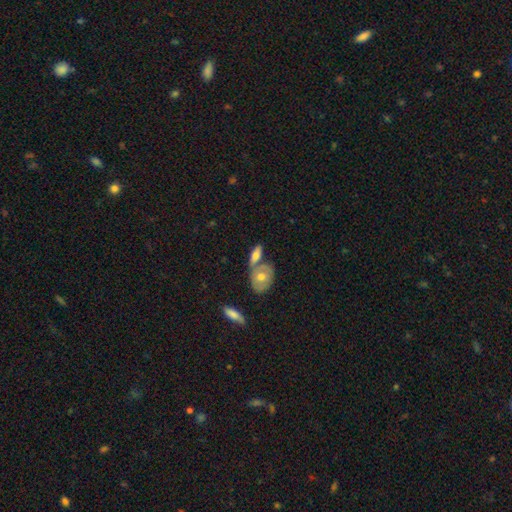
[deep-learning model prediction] Overall: smooth (61%; featured or disk 32%). How rounded: in between (76%). Merging: none (44%; merger 40%).